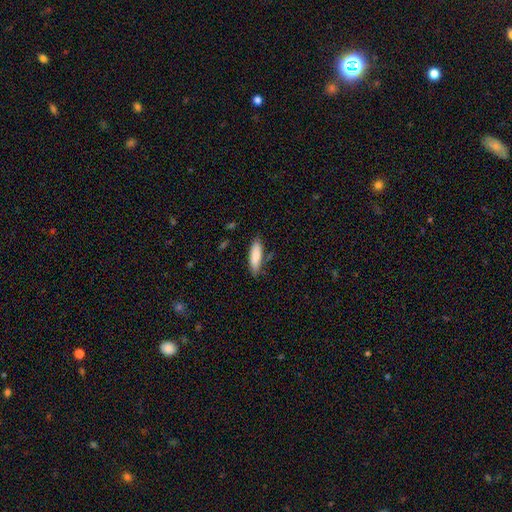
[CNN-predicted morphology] smooth-or-featured: smooth: 83% | featured or disk: 11% | star or artifact: 6%
  how-rounded: cigar-shaped: 51% | in between: 48% | round: 1%
  merging: none: 76% | minor disturbance: 17% | major disturbance: 3% | merger: 3%